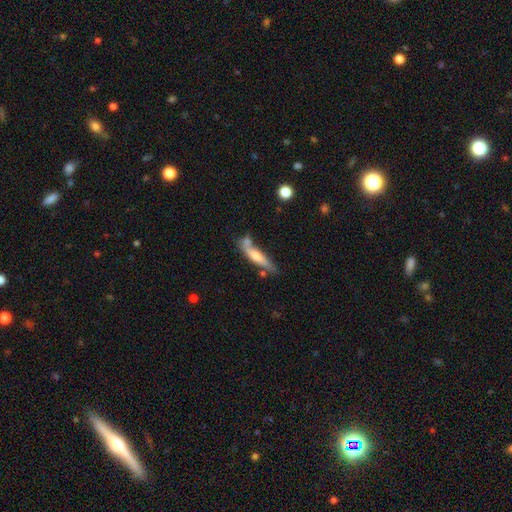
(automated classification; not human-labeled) The model was most divided on "smooth or featured": smooth: 54%, featured or disk: 39%, star or artifact: 6%. More confident: how rounded — cigar-shaped (83%); merging — none (56%).